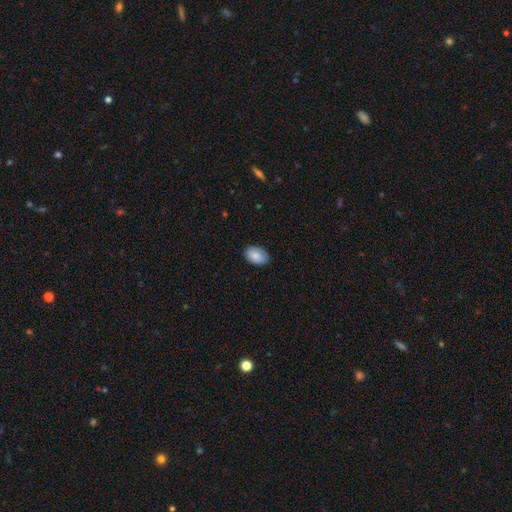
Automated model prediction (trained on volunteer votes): This appears to be a smooth galaxy with no disk features (87%) that is in between round and cigar-shaped (89%). Merging: none (83%).